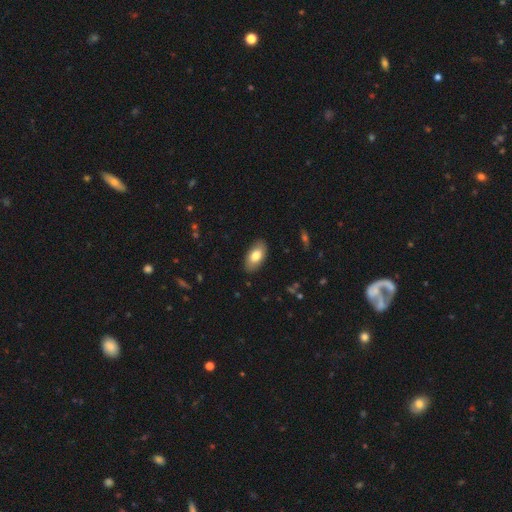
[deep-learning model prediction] Overall: smooth (79%). How rounded: in between (94%). Merging: none (87%).